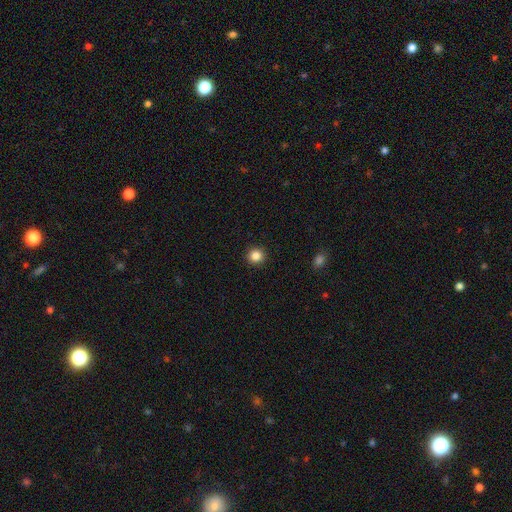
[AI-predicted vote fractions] smooth 85%, star or artifact 11%, featured or disk 4%. Down the decision tree: how rounded — round (94%); merging — none (93%).